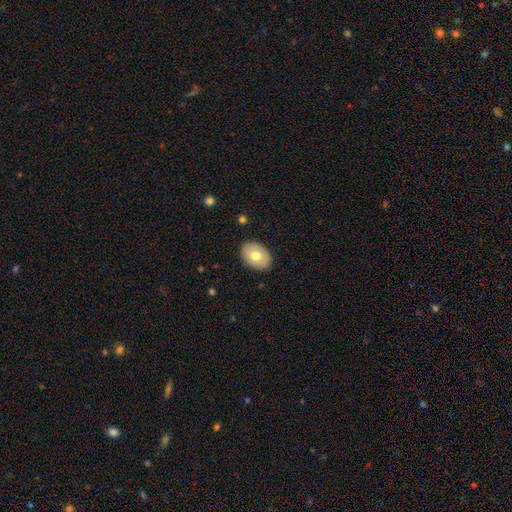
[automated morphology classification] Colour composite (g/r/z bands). It shows a smooth galaxy with no disk features (72%) that is in between round and cigar-shaped (80%). Merging: none (88%).